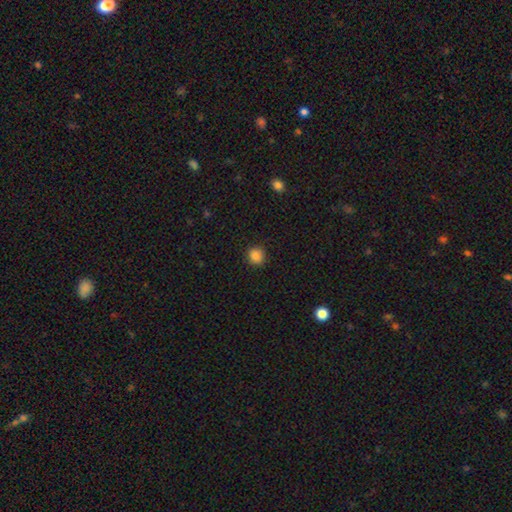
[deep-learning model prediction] Smooth or featured? smooth (86%)
How rounded? round (88%)
Merging? none (91%)